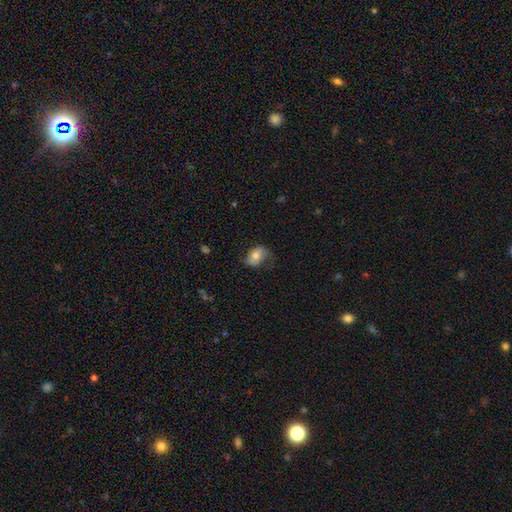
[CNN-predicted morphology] smooth_or_featured: smooth (p=0.64) [alt: featured or disk p=0.28]
how_rounded: in between (p=0.81) [alt: round p=0.17]
merging: none (p=0.57) [alt: minor disturbance p=0.29]